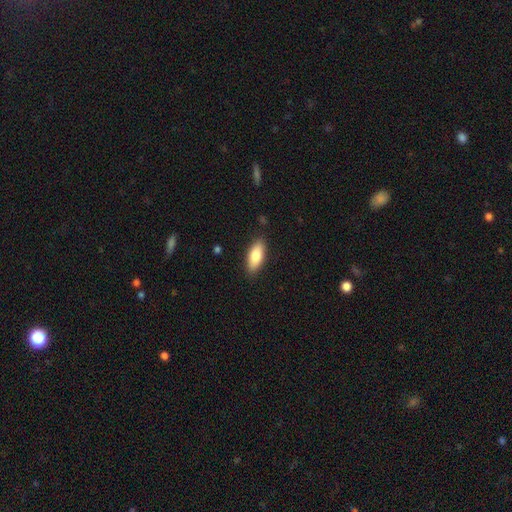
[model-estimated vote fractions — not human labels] A smooth galaxy with no disk features (82%) that is in between round and cigar-shaped (80%). Merging: none (87%).